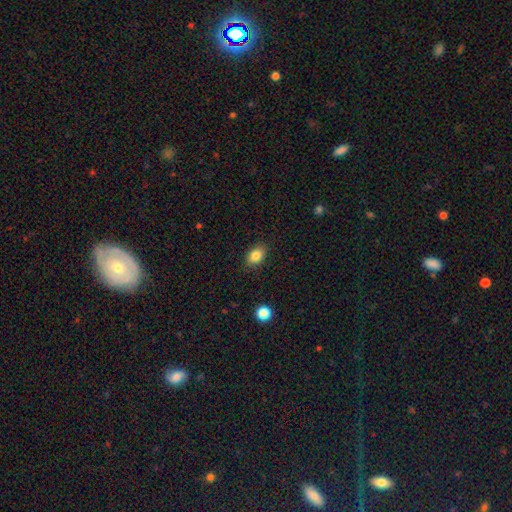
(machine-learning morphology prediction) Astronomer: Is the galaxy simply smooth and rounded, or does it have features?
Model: smooth — 83%.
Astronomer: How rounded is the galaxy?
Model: in between — 81%.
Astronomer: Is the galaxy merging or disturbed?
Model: none — 86%.